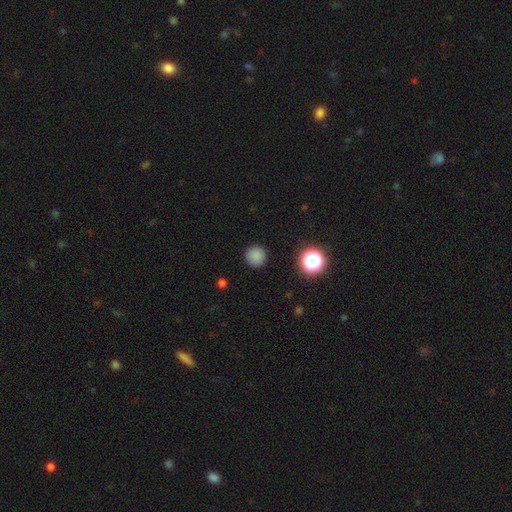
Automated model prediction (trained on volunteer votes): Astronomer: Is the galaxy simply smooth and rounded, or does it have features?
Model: smooth — 83%.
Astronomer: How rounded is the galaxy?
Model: round — 95%.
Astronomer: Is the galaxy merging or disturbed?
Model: none — 91%.